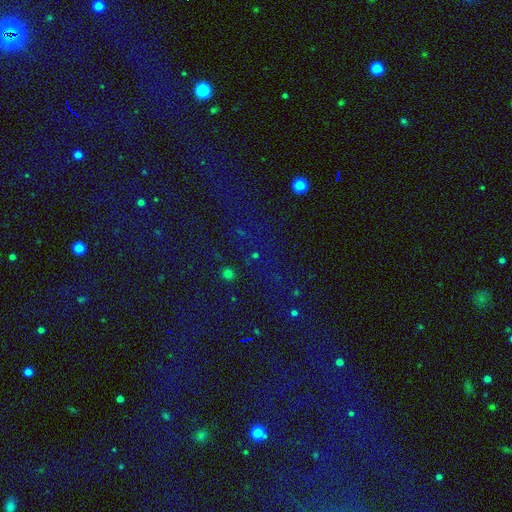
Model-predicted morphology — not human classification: A star or artifact, not a galaxy (68%).

Vote fractions:
- Smooth or featured? star or artifact: 68% / smooth: 23% / featured or disk: 9%